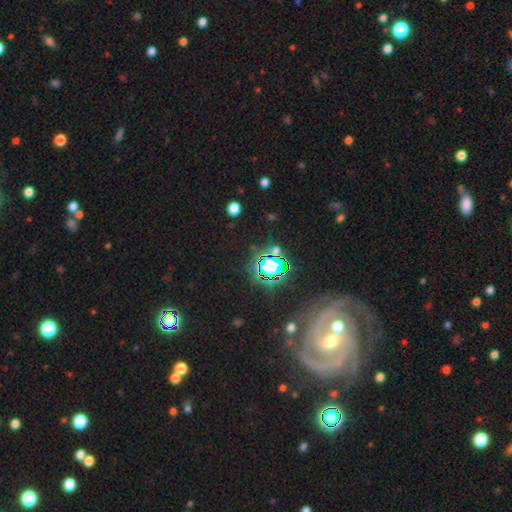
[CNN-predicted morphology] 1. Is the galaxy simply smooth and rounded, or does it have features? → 69% featured or disk, 19% star or artifact, 12% smooth.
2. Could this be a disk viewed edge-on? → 94% no, 6% yes.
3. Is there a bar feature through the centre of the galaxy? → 36% no (tied), 36% weak (tied), 27% strong.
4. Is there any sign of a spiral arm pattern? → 95% yes, 5% no.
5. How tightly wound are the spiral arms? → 63% tight, 30% medium, 7% loose.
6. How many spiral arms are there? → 51% 2, 18% 3, 13% can't tell, 7% 4, 6% 1, 6% more than 4.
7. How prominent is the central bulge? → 53% small, 41% moderate, 3% large, 2% none, 2% dominant.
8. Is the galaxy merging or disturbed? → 78% none, 11% minor disturbance, 6% major disturbance, 5% merger.